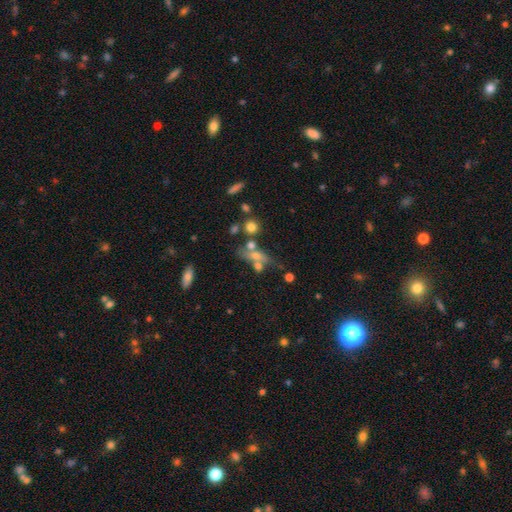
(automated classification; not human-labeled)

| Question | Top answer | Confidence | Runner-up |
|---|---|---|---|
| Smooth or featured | smooth | 50% | featured or disk (32%) |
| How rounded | in between | 52% | round (26%) |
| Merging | none | 38% | merger (36%) |